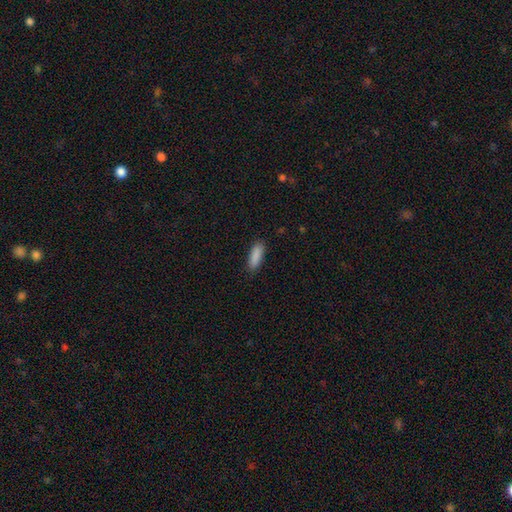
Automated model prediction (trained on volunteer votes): Smooth or featured?
  - smooth: 89% *
  - star or artifact: 7%
  - featured or disk: 4%
How rounded?
  - in between: 56% *
  - cigar-shaped: 42%
  - round: 2%
Merging?
  - none: 87% *
  - minor disturbance: 10%
  - major disturbance: 2%
  - merger: 1%